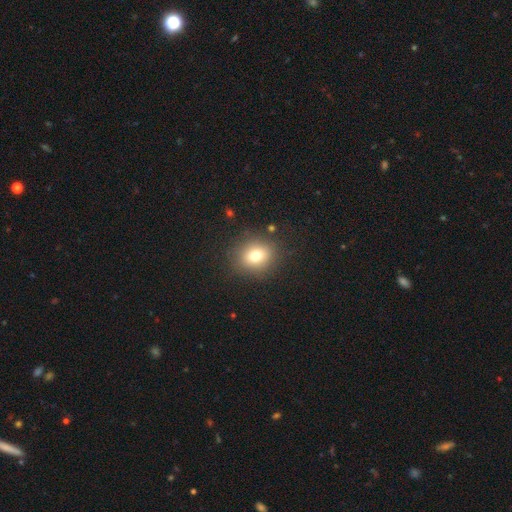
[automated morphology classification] A smooth galaxy with no disk features (75%) that is round (69%).

Vote fractions:
- Smooth or featured? smooth: 75% / star or artifact: 13% / featured or disk: 12%
- How rounded? round: 69% / in between: 30% / cigar-shaped: 1%
- Merging? none: 86% / minor disturbance: 9% / major disturbance: 4% / merger: 2%